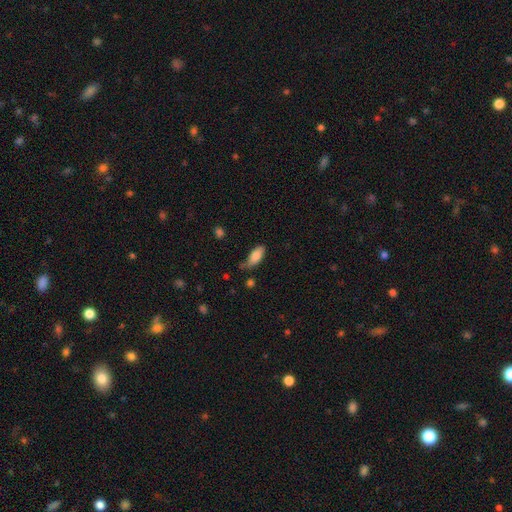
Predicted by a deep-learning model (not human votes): A smooth galaxy with no disk features (81%) that is in between round and cigar-shaped (83%).

Vote fractions:
- Smooth or featured? smooth: 81% / featured or disk: 12% / star or artifact: 7%
- How rounded? in between: 83% / cigar-shaped: 14% / round: 2%
- Merging? none: 55% / minor disturbance: 33% / major disturbance: 8% / merger: 4%